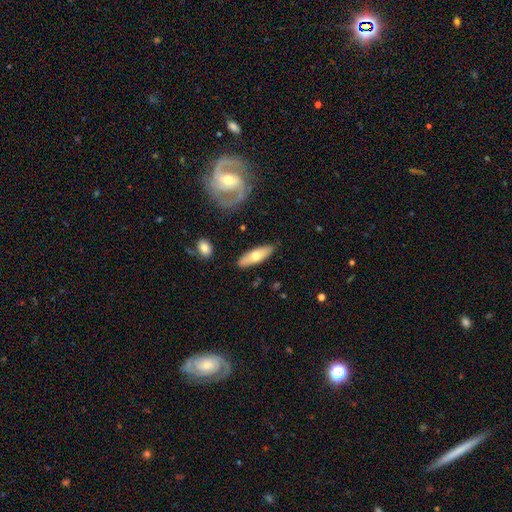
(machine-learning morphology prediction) Smooth or featured: smooth — 60% (featured or disk — 34%)
How rounded: in between — 54% (cigar-shaped — 44%)
Merging: none — 85% (minor disturbance — 10%)